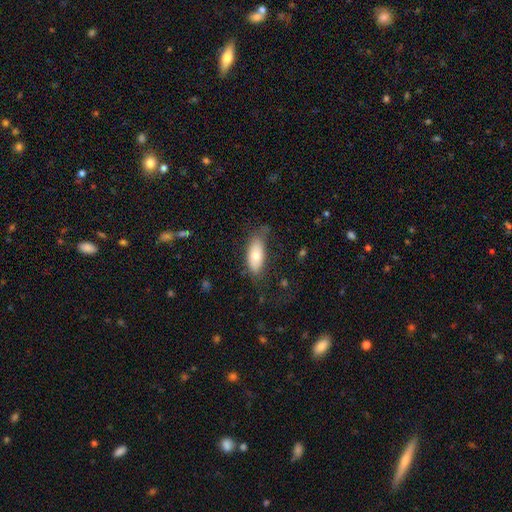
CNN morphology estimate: Overall: smooth (73%). How rounded: in between (84%). Merging: none (60%; minor disturbance 27%).